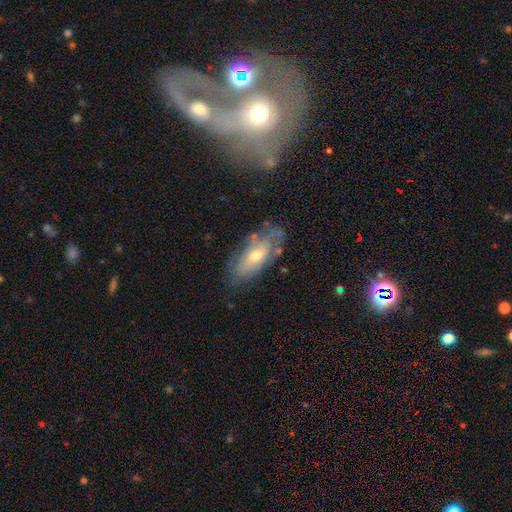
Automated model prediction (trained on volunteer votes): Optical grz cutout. It shows a featured or disk galaxy (50%). Merging: none (60%).